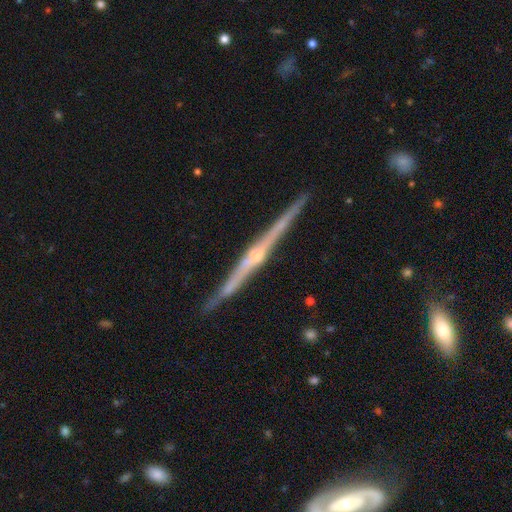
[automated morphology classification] smooth_or_featured: featured or disk (p=0.87) [alt: smooth p=0.08]
disk_edge_on: yes (p=0.98) [alt: no p=0.02]
edge_on_bulge: rounded (p=0.80) [alt: none p=0.14]
merging: none (p=0.90) [alt: minor disturbance p=0.07]